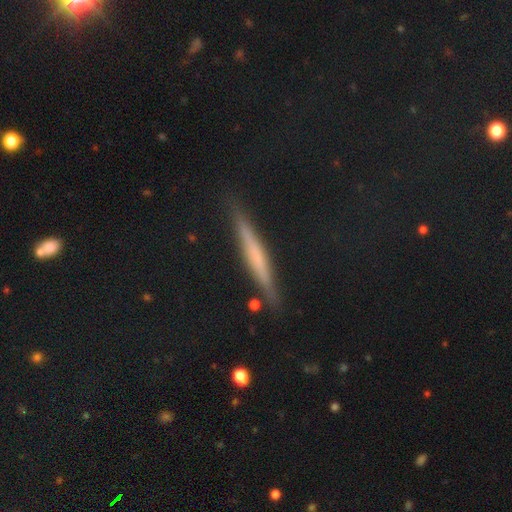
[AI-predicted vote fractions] This appears to be a featured or disk galaxy (47%). Merging: none (87%).